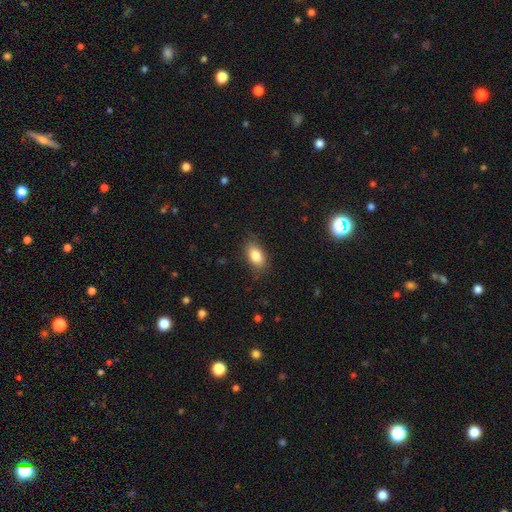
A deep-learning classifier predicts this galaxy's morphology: smooth 84%, star or artifact 8%, featured or disk 8%. Down the decision tree: how rounded — in between (89%); merging — none (82%).